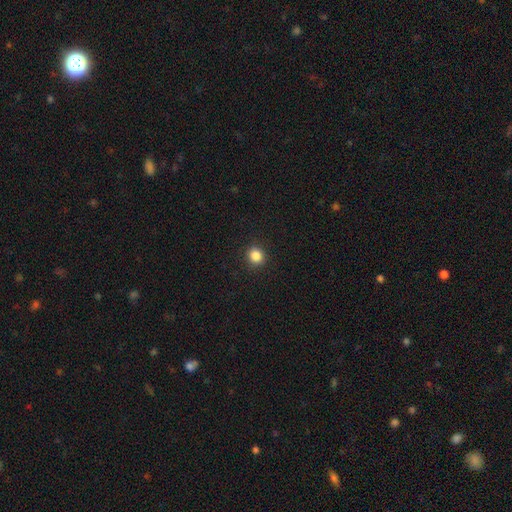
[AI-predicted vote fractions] This appears to be a smooth galaxy with no disk features (85%) that is round (88%). Merging: none (92%).